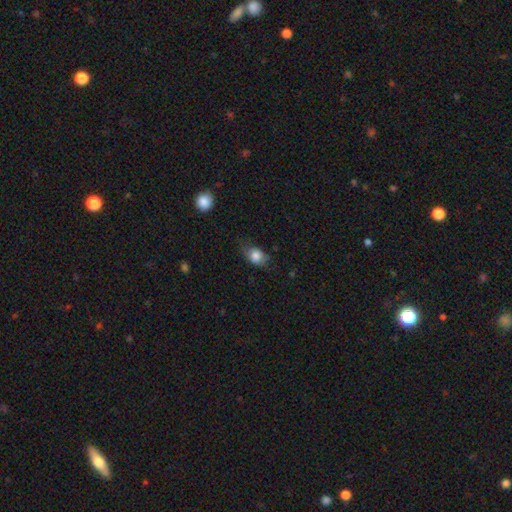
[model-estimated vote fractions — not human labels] A smooth galaxy with no disk features (81%) that is in between round and cigar-shaped (64%).

Vote fractions:
- Smooth or featured? smooth: 81% / featured or disk: 11% / star or artifact: 9%
- How rounded? in between: 64% / round: 34% / cigar-shaped: 2%
- Merging? none: 55% / minor disturbance: 32% / major disturbance: 11% / merger: 2%